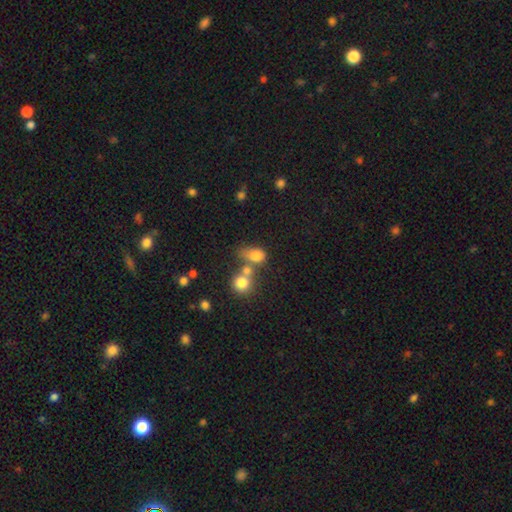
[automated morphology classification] Q: Smooth or featured?
A: smooth (76%); runner-up: star or artifact (12%)
Q: How rounded?
A: in between (64%); runner-up: round (34%)
Q: Merging?
A: merger (45%); runner-up: none (30%)